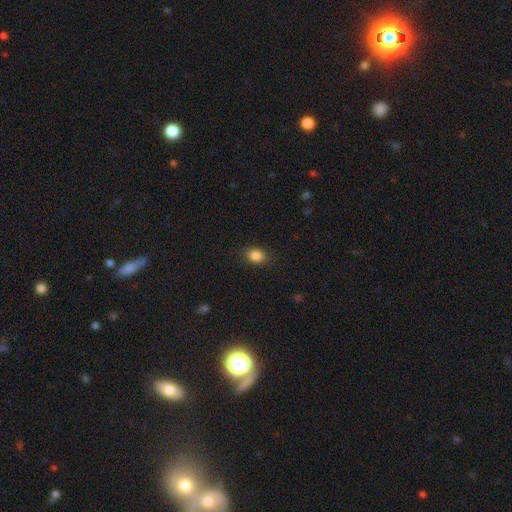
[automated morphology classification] This is clearly a smooth galaxy (86%). How rounded: likely in between (61%). Merging: clearly none (87%).